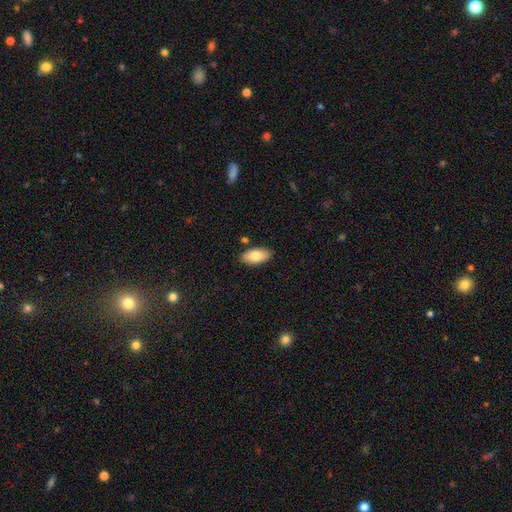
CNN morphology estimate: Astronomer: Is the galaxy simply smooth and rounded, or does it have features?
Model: smooth — 81%.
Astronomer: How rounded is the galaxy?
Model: in between — 93%.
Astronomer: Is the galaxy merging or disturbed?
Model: none — 84%.